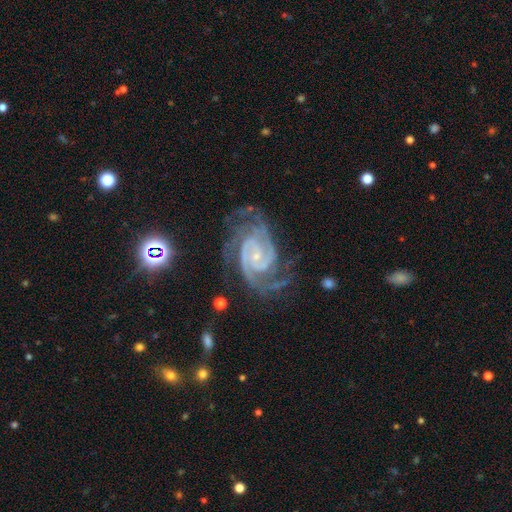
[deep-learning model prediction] featured or disk 93%, star or artifact 5%, smooth 3%. Down the decision tree: edge-on disk — no (98%); bar — no (56%); spiral arms — yes (99%); spiral arm count — 2 (51%); spiral winding — tight (61%); bulge size — small (82%); merging — none (66%).